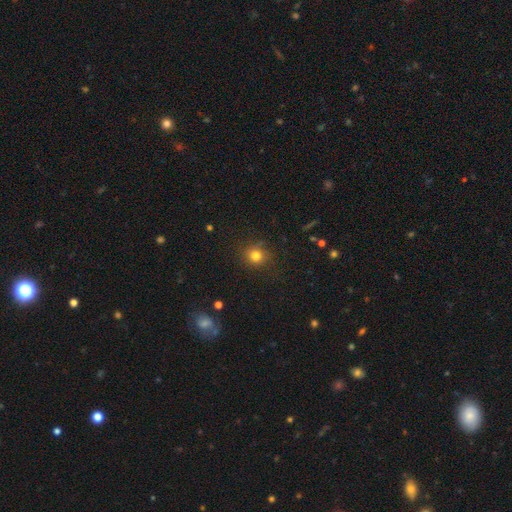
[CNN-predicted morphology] smooth_or_featured: smooth (p=0.79) [alt: star or artifact p=0.14]
how_rounded: round (p=0.87) [alt: in between p=0.12]
merging: none (p=0.83) [alt: minor disturbance p=0.12]